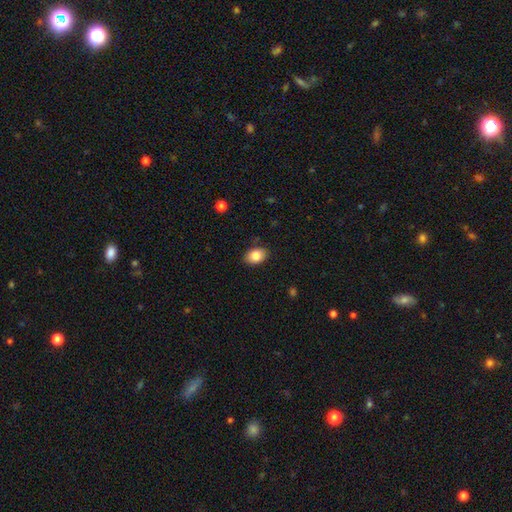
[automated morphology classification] This appears to be a smooth galaxy with no disk features (85%) that is in between round and cigar-shaped (77%). Merging: none (85%).